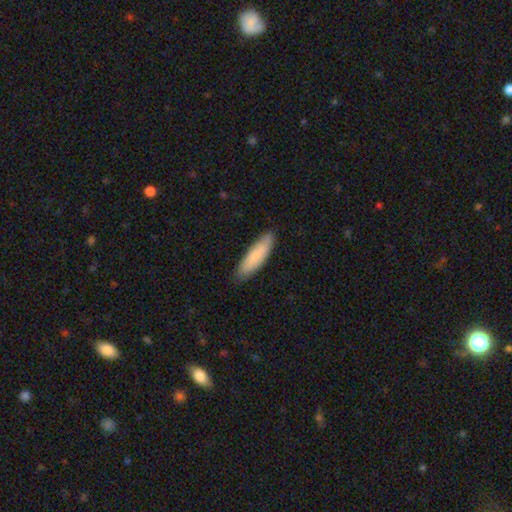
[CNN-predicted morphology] Overall: smooth (85%). How rounded: cigar-shaped (66%; in between 33%). Merging: none (86%).